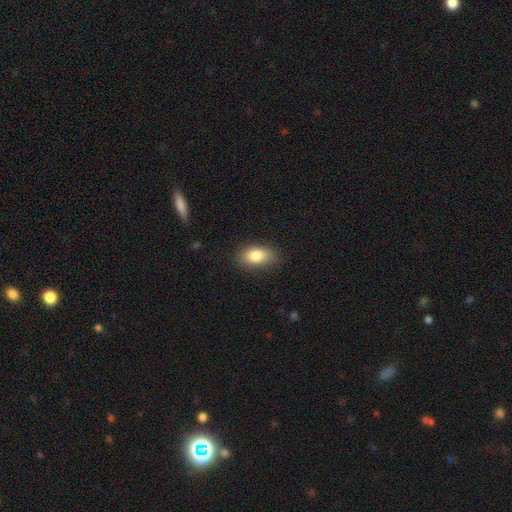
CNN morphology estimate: type=smooth (82%); roundness=in between (87%); merging=none (82%).